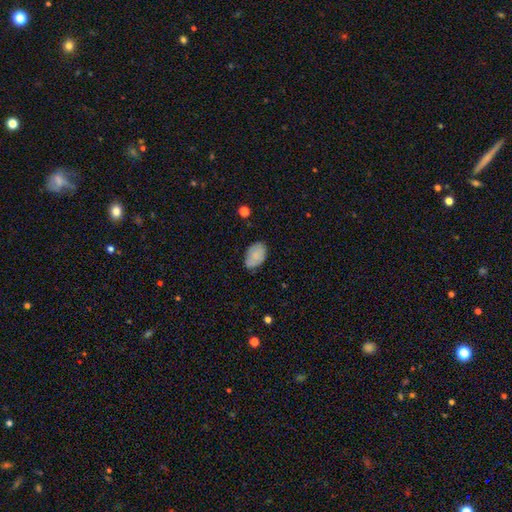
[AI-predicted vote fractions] The model was most divided on "merging": none: 78%, minor disturbance: 18%, major disturbance: 3%, merger: 1%. More confident: how rounded — in between (90%); smooth or featured — smooth (83%).